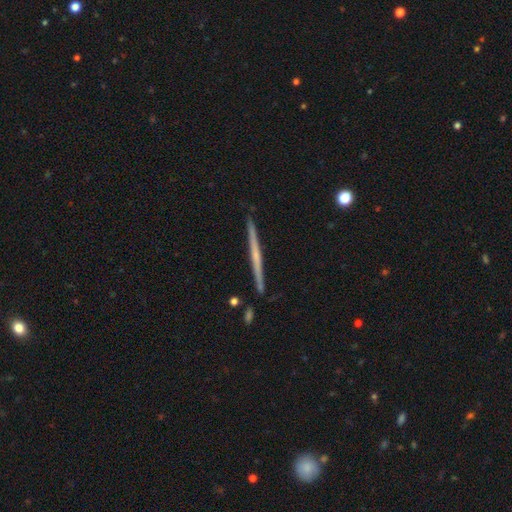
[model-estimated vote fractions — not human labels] Smooth or featured? Predicted: featured or disk (p=0.67). Edge-on disk? Predicted: yes (p=0.98). Edge-on bulge? Predicted: none (p=0.66). Merging? Predicted: none (p=0.91).